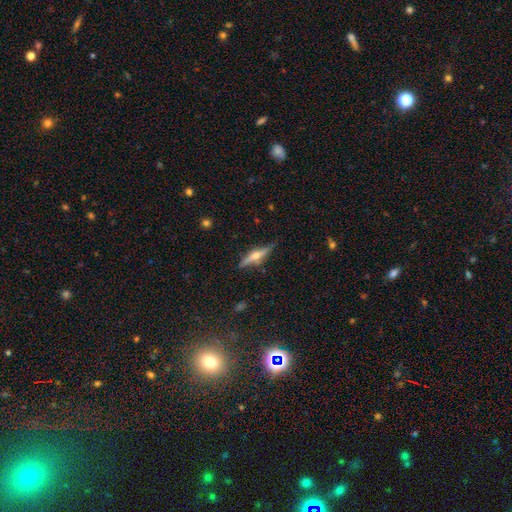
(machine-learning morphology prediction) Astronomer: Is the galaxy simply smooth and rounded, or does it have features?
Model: featured or disk — 72%.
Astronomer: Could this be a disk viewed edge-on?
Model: yes — 96%.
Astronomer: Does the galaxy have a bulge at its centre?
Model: rounded — 91%.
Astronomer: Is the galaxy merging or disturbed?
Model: none — 82%.